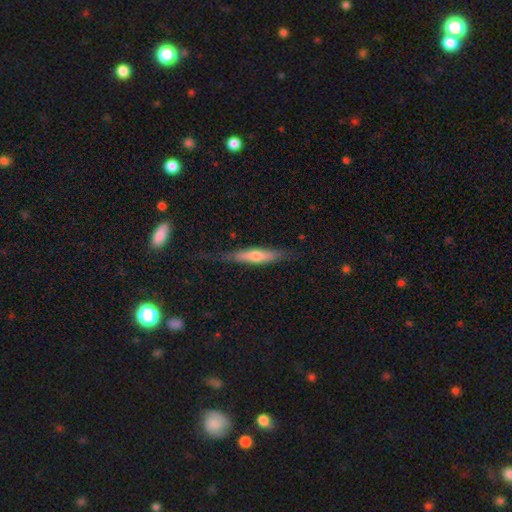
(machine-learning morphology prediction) Overall: featured or disk (52%; smooth 41%). Edge-on disk: yes (88%). Merging: none (70%).